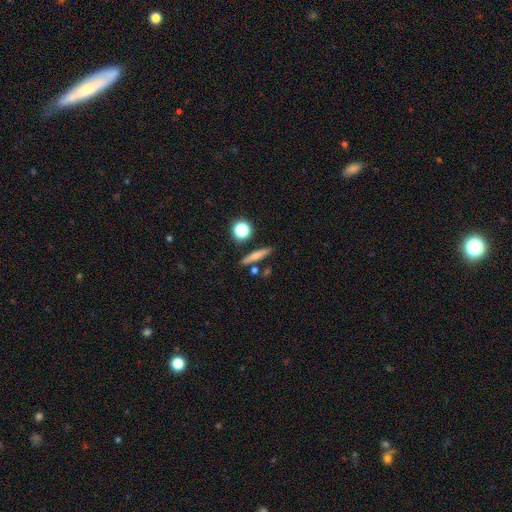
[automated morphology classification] The model was most divided on "smooth or featured": smooth: 61%, featured or disk: 30%, star or artifact: 10%. More confident: merging — none (83%); how rounded — cigar-shaped (81%).